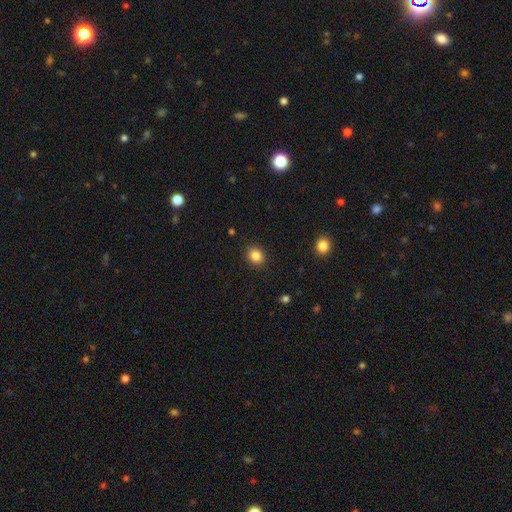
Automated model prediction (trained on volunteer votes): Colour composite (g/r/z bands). It shows a smooth galaxy with no disk features (85%) that is round (69%). Merging: none (90%).